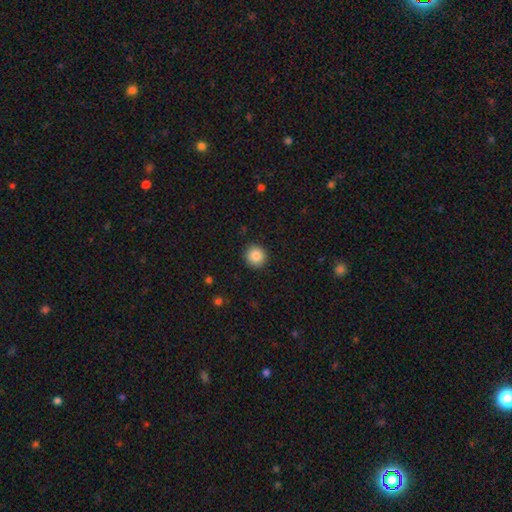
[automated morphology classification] This is clearly a smooth galaxy (86%). How rounded: clearly round (94%). Merging: clearly none (92%).